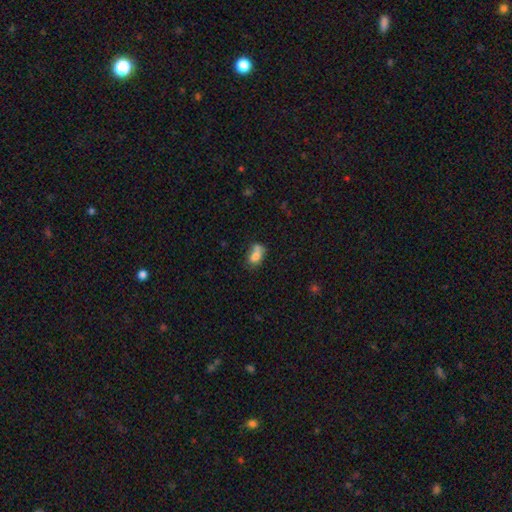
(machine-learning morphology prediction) A smooth galaxy with no disk features (75%) that is in between round and cigar-shaped (79%). Merging: merger (34%).